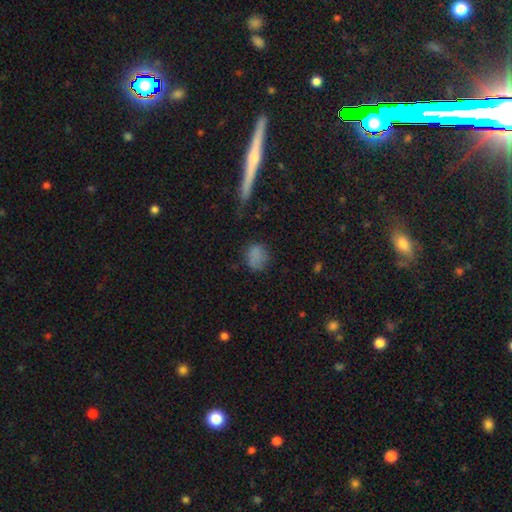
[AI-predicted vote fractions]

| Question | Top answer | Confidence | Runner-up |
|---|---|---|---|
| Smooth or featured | smooth | 77% | star or artifact (13%) |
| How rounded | round | 64% | in between (33%) |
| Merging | none | 61% | minor disturbance (24%) |